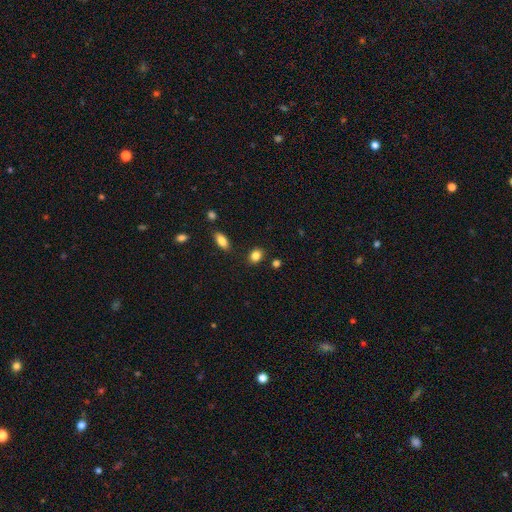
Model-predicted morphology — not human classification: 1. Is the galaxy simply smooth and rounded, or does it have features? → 85% smooth, 10% star or artifact, 5% featured or disk.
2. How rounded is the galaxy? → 59% in between, 40% round, 1% cigar-shaped.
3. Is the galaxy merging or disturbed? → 84% none, 10% minor disturbance, 3% merger, 3% major disturbance.